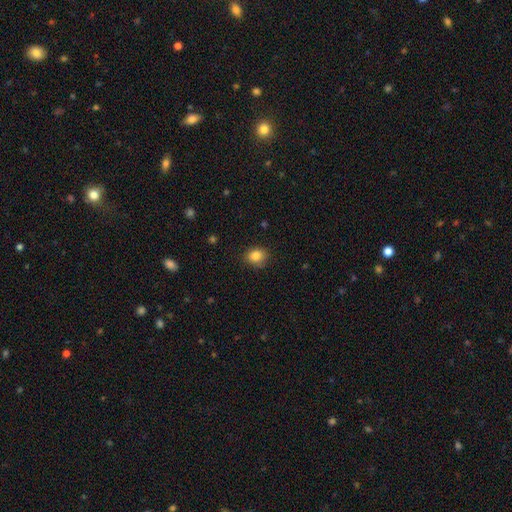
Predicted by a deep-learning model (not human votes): This appears to be a smooth galaxy with no disk features (84%) that is round (67%). Merging: none (81%).